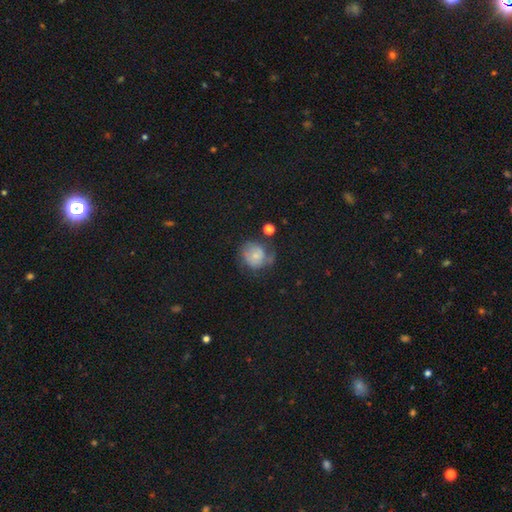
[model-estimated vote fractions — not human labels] Smooth or featured? Predicted: smooth (p=0.60). How rounded? Predicted: round (p=0.77). Merging? Predicted: none (p=0.40).